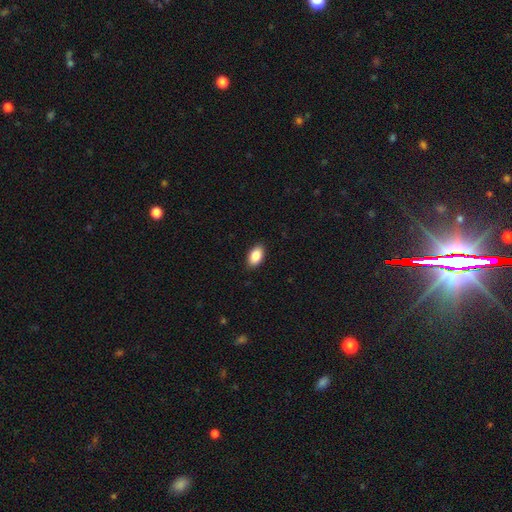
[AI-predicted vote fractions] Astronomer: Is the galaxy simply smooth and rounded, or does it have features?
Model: smooth — 88%.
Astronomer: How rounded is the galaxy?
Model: in between — 94%.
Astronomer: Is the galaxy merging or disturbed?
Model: none — 89%.